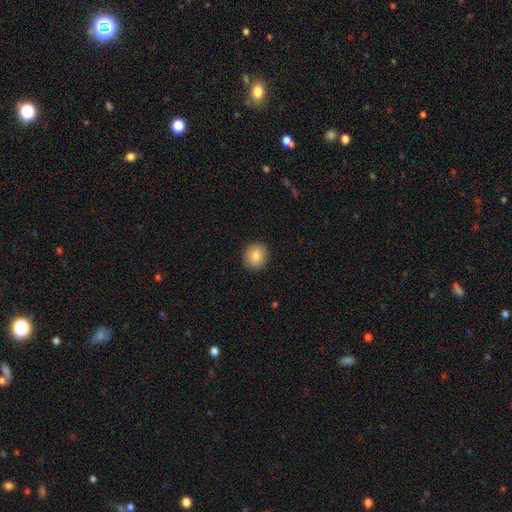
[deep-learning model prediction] This is clearly a smooth galaxy (85%). How rounded: clearly round (84%). Merging: clearly none (91%).